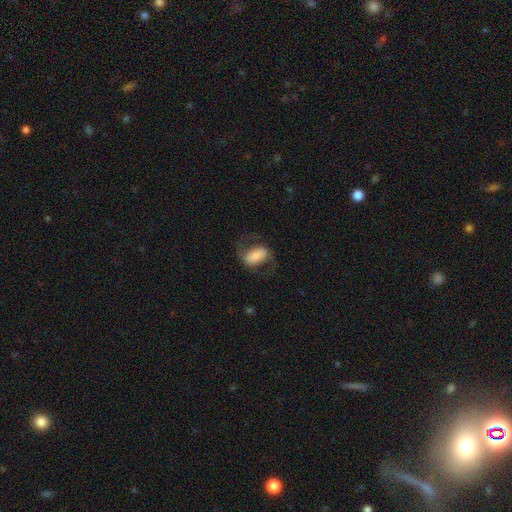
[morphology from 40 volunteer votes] smooth-or-featured: smooth: 48% | featured or disk: 45% | star or artifact: 8%
  how-rounded: in between: 100% | round: 0% | cigar-shaped: 0%
  merging: none: 65% | major disturbance: 24% | minor disturbance: 11% | merger: 0%